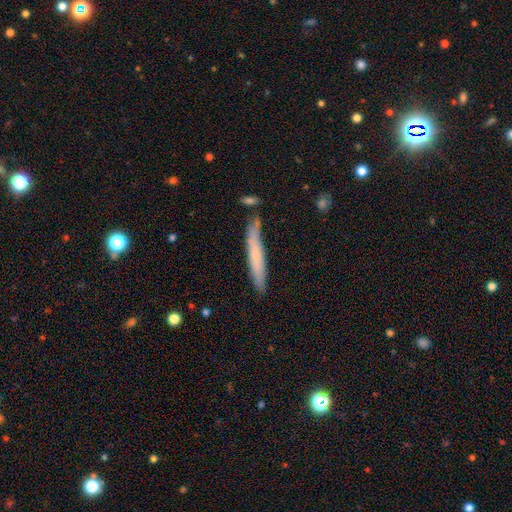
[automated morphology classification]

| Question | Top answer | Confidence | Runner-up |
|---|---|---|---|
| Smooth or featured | smooth | 65% | featured or disk (29%) |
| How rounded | cigar-shaped | 95% | in between (4%) |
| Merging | none | 74% | minor disturbance (16%) |